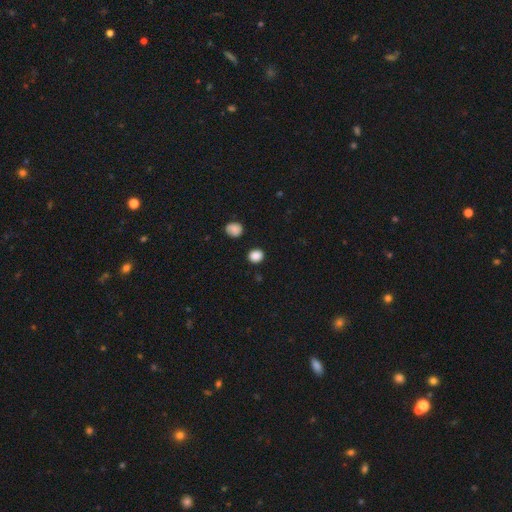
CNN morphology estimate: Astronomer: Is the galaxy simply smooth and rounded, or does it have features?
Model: smooth — 87%.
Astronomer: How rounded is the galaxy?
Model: round — 75%.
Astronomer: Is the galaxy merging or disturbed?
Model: none — 88%.